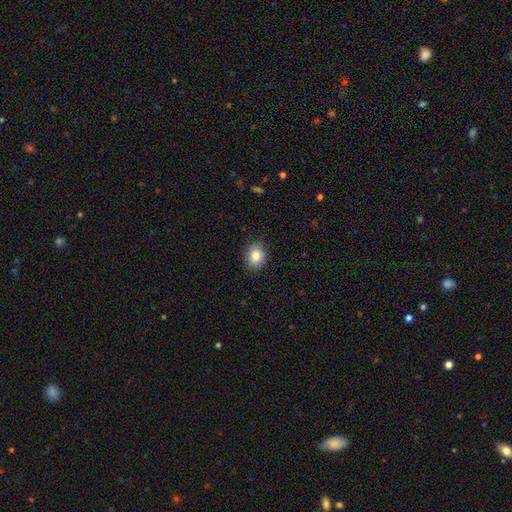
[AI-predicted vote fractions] Smooth or featured?
  - smooth: 84% *
  - star or artifact: 9%
  - featured or disk: 7%
How rounded?
  - in between: 55% *
  - round: 44%
  - cigar-shaped: 1%
Merging?
  - none: 87% *
  - minor disturbance: 9%
  - major disturbance: 2%
  - merger: 1%